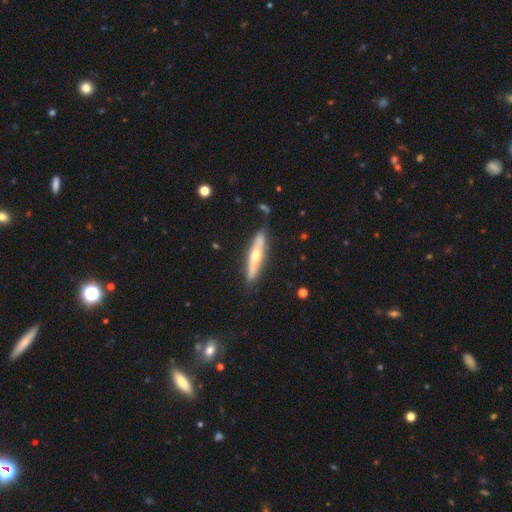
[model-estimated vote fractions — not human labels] Smooth or featured: featured or disk — 61% (smooth — 34%)
Edge-on disk: yes — 84% (no — 16%)
Edge-on bulge: rounded — 87% (none — 10%)
Merging: none — 82% (minor disturbance — 13%)